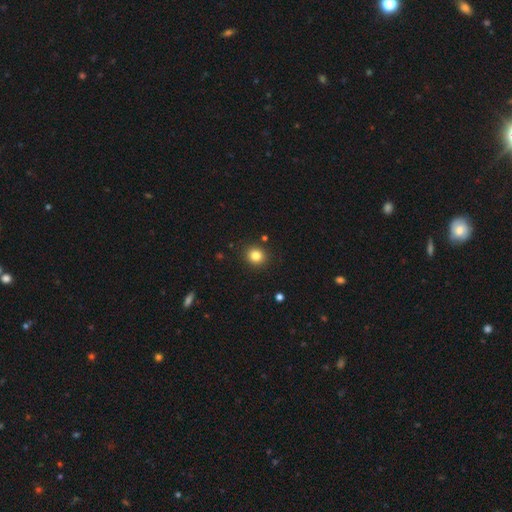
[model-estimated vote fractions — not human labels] smooth_or_featured: smooth (p=0.83) [alt: star or artifact p=0.12]
how_rounded: round (p=0.85) [alt: in between p=0.14]
merging: none (p=0.90) [alt: minor disturbance p=0.06]